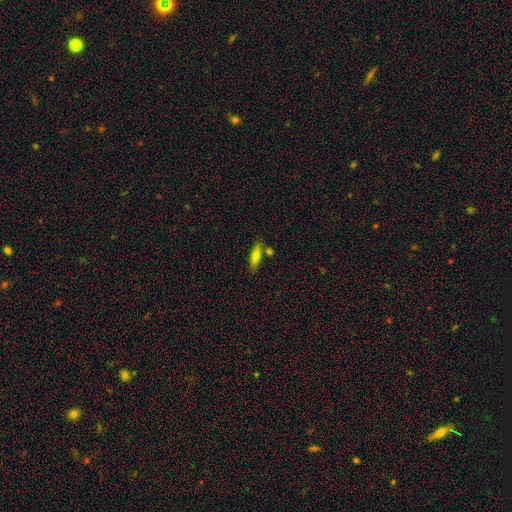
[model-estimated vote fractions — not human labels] Smooth or featured?
  - smooth: 70% *
  - featured or disk: 22%
  - star or artifact: 8%
How rounded?
  - cigar-shaped: 60% *
  - in between: 38%
  - round: 2%
Merging?
  - none: 74% *
  - minor disturbance: 13%
  - merger: 10%
  - major disturbance: 3%